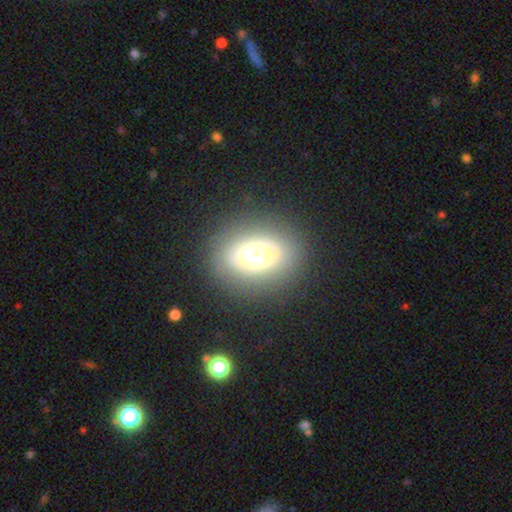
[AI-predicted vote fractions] Morphology: type=smooth (52%); roundness=in between (57%); merging=none (79%).